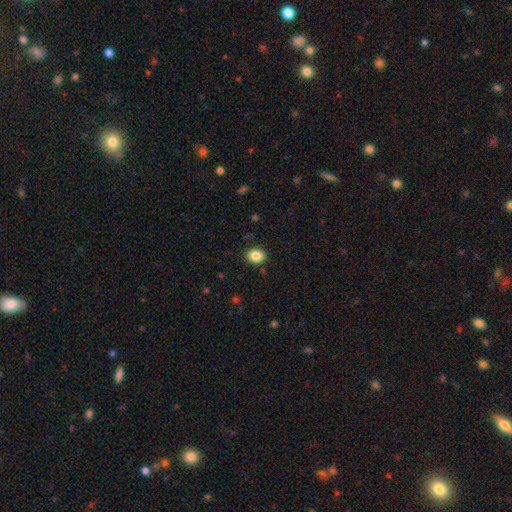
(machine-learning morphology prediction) smooth_or_featured: smooth (p=0.85) [alt: star or artifact p=0.10]
how_rounded: round (p=0.53) [alt: in between p=0.47]
merging: none (p=0.89) [alt: minor disturbance p=0.08]